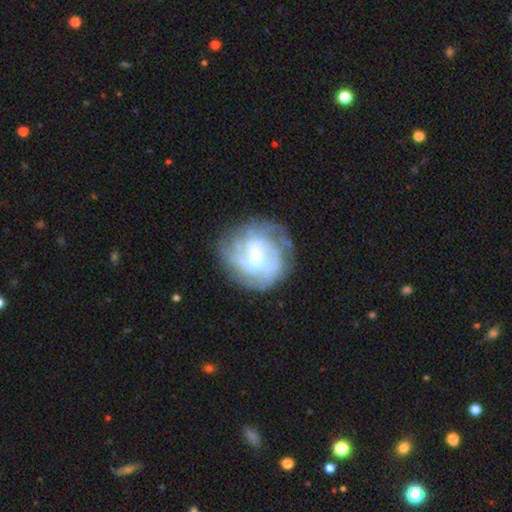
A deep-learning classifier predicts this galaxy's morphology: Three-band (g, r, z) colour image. It shows a featured or disk galaxy (76%) with a weak bar (50%), tight (45%) spiral arms (82%) and a small central bulge (42%). Merging: none (67%).